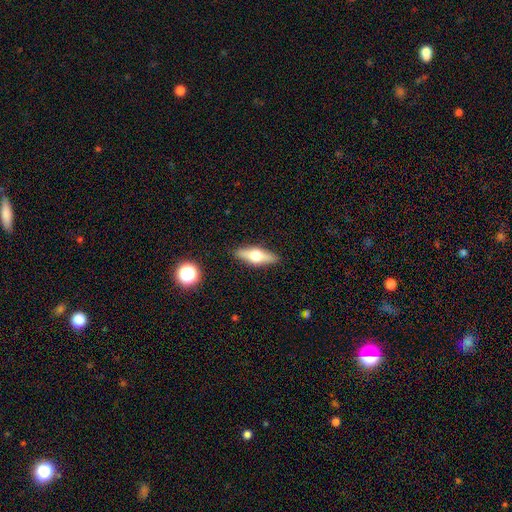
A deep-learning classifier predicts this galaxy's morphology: smooth_or_featured: featured or disk (p=0.54) [alt: smooth p=0.39]
disk_edge_on: yes (p=0.92) [alt: no p=0.08]
merging: none (p=0.88) [alt: minor disturbance p=0.08]